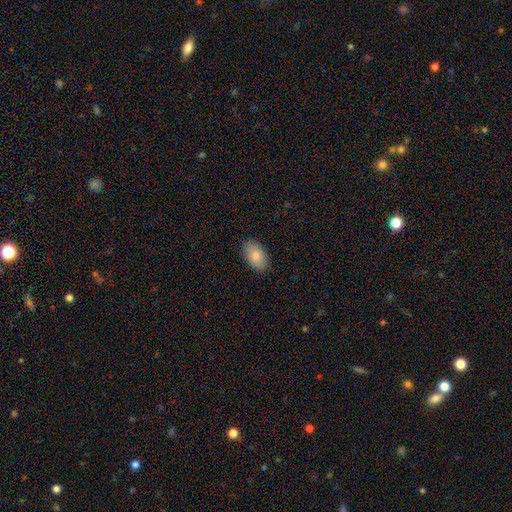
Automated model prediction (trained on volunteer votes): Smooth or featured? smooth (84%)
How rounded? in between (93%)
Merging? none (87%)